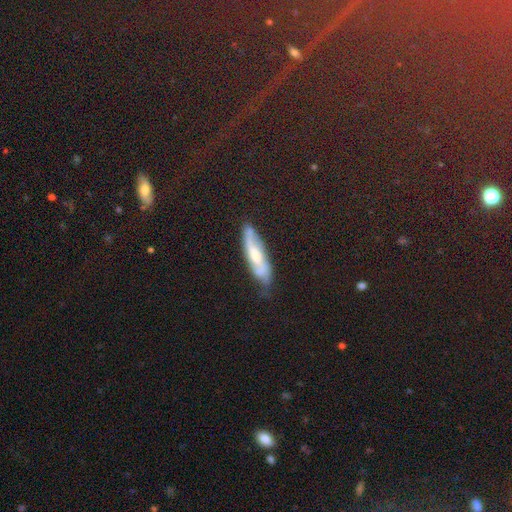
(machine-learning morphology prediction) Overall: featured or disk (55%; smooth 29%). Edge-on disk: no (58%; yes 42%). Merging: none (66%).